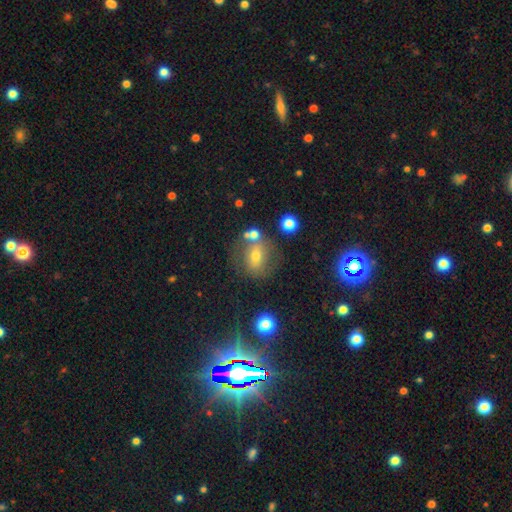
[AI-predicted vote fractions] The model was most divided on "smooth or featured": smooth: 49%, featured or disk: 32%, star or artifact: 19%. More confident: merging — none (61%).